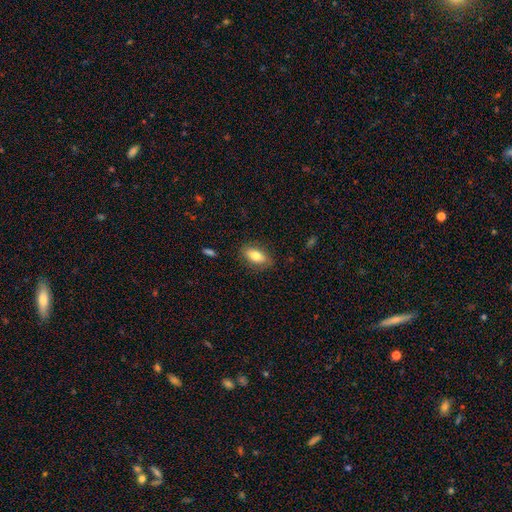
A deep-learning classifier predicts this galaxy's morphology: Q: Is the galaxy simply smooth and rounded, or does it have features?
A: smooth — 76%.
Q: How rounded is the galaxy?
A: in between — 87%.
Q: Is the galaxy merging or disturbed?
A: none — 83%.